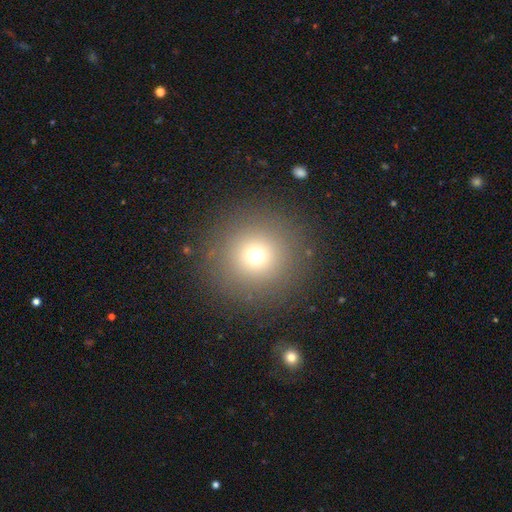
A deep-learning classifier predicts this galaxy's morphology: A smooth galaxy with no disk features (70%) that is round (95%). Merging: none (89%).